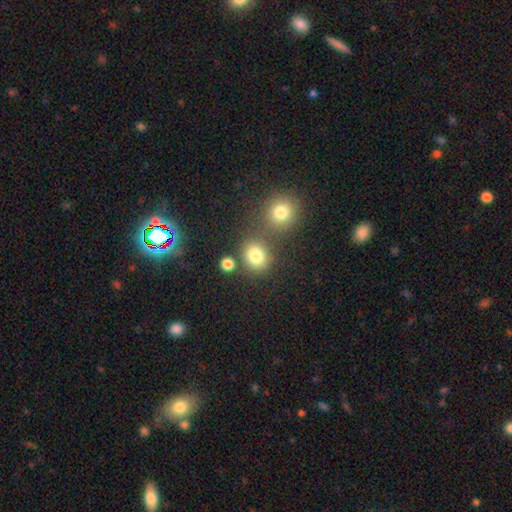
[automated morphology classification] Smooth or featured? smooth (79%)
How rounded? round (75%)
Merging? none (65%)